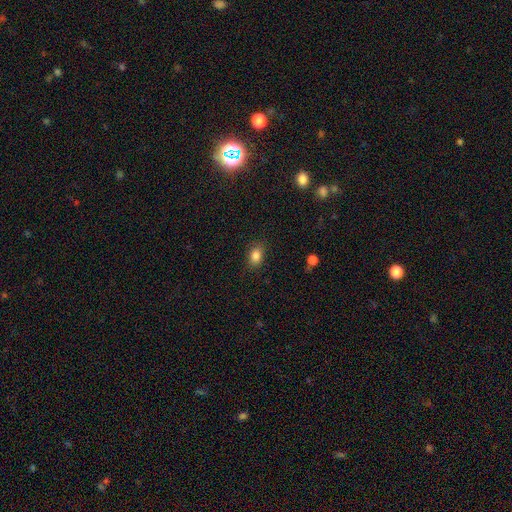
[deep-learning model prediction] Morphology: type=smooth (85%); roundness=in between (77%); merging=none (84%).